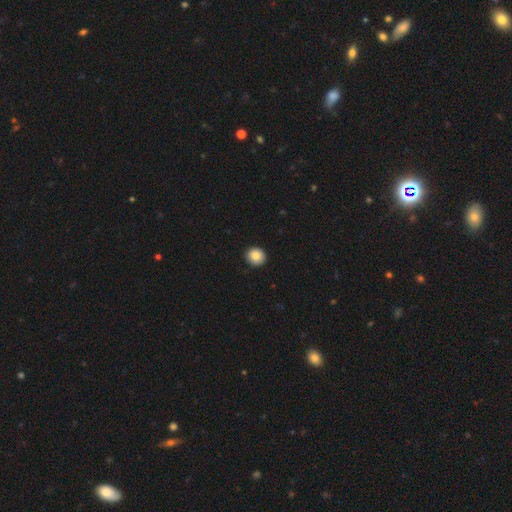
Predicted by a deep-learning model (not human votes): Q: Smooth or featured?
A: smooth (86%); runner-up: star or artifact (9%)
Q: How rounded?
A: round (88%); runner-up: in between (11%)
Q: Merging?
A: none (91%); runner-up: minor disturbance (6%)